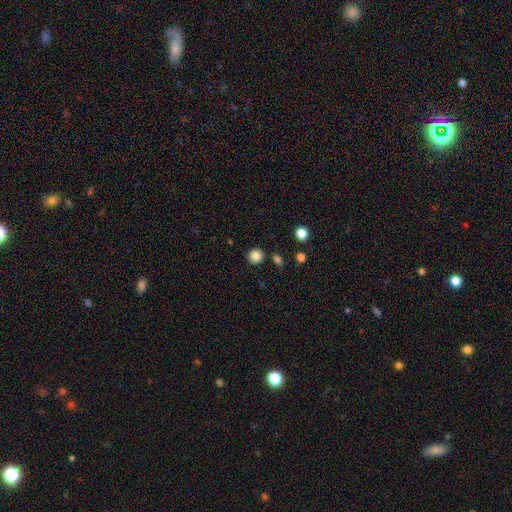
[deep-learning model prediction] A smooth galaxy with no disk features (85%) that is round (92%). Merging: none (88%).